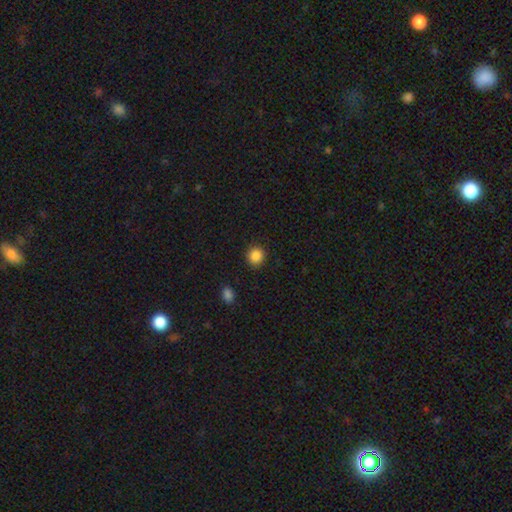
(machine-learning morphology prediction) smooth-or-featured: smooth: 87% | star or artifact: 10% | featured or disk: 3%
  how-rounded: round: 89% | in between: 10% | cigar-shaped: 1%
  merging: none: 90% | minor disturbance: 6% | major disturbance: 2% | merger: 1%